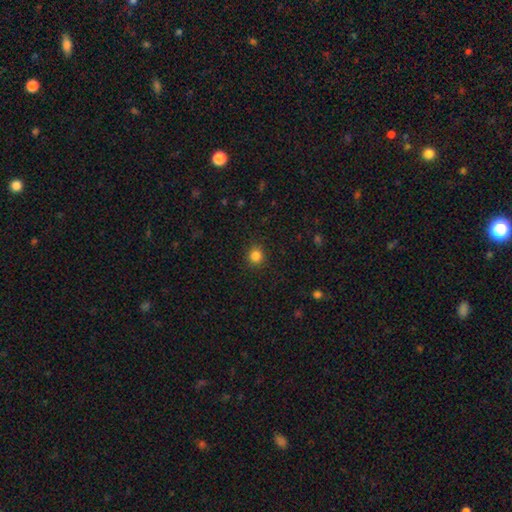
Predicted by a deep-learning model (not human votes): A smooth galaxy with no disk features (84%) that is round (91%). Merging: none (90%).